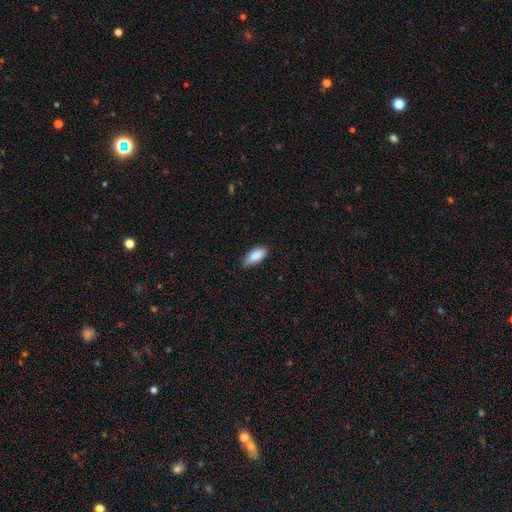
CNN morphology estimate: smooth_or_featured: smooth (p=0.88) [alt: star or artifact p=0.06]
how_rounded: in between (p=0.85) [alt: cigar-shaped p=0.13]
merging: none (p=0.76) [alt: minor disturbance p=0.20]